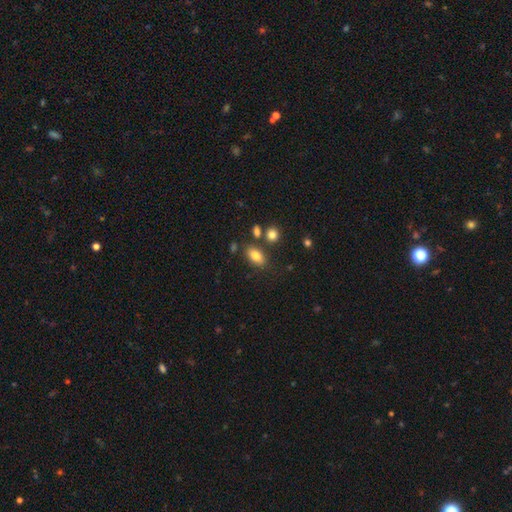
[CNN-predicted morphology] A smooth galaxy with no disk features (81%) that is in between round and cigar-shaped (87%). Merging: none (76%).